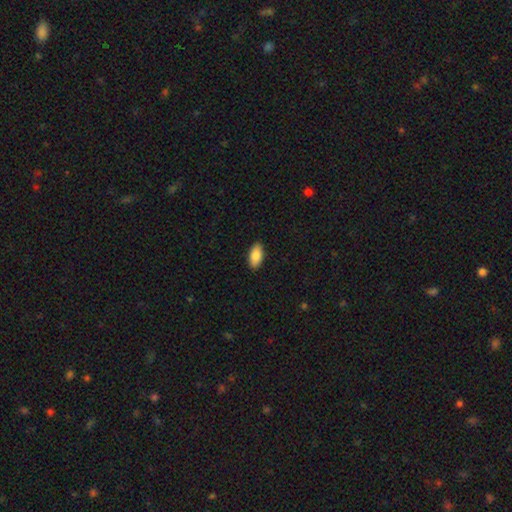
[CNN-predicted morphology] Smooth or featured: smooth — 88% (star or artifact — 6%)
How rounded: in between — 94% (cigar-shaped — 4%)
Merging: none — 90% (minor disturbance — 7%)